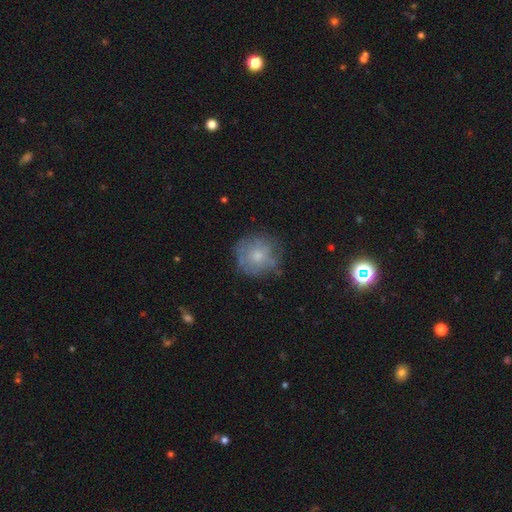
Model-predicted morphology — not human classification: This appears to be a smooth galaxy with no disk features (53%) that is round (89%). Merging: none (70%).